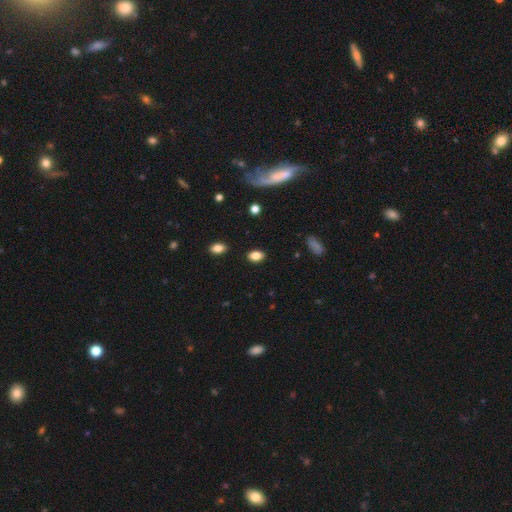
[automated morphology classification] Smooth or featured: smooth — 85% (star or artifact — 9%)
How rounded: in between — 84% (round — 14%)
Merging: none — 87% (minor disturbance — 9%)